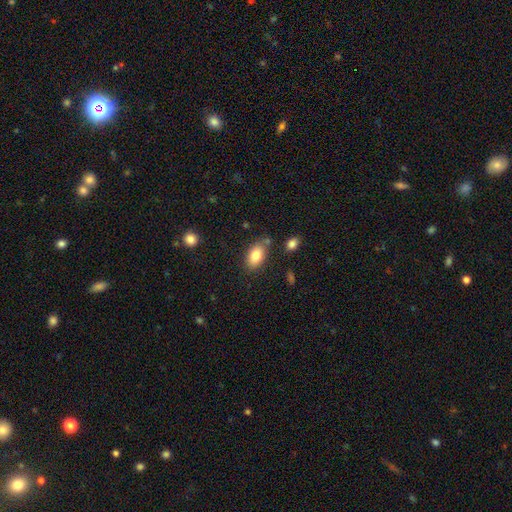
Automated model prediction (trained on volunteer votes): Overall: smooth (83%). How rounded: in between (91%). Merging: none (75%).